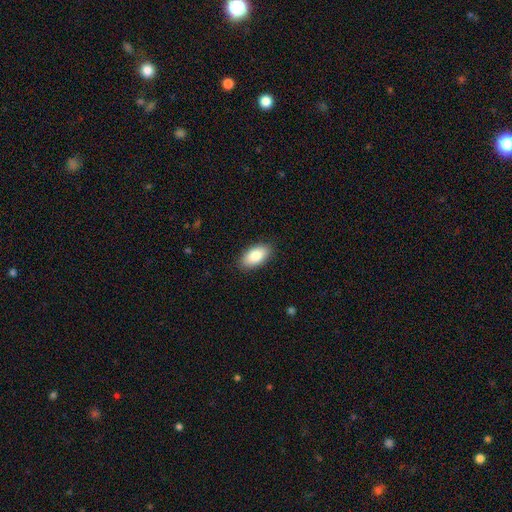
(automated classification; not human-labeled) A smooth galaxy with no disk features (84%) that is in between round and cigar-shaped (93%). Merging: none (88%).